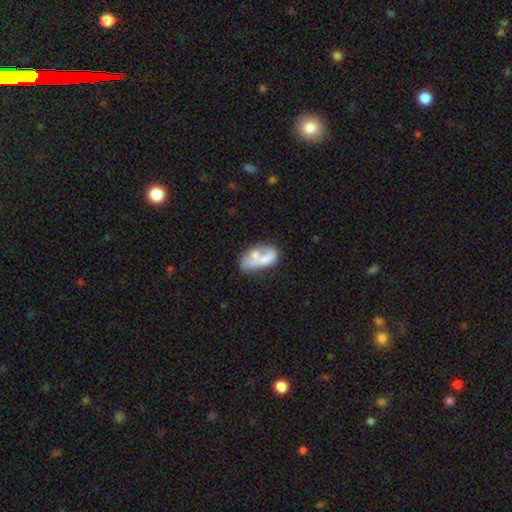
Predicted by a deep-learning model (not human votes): A smooth galaxy with no disk features (53%) that is in between round and cigar-shaped (87%). Merging: merger (45%).